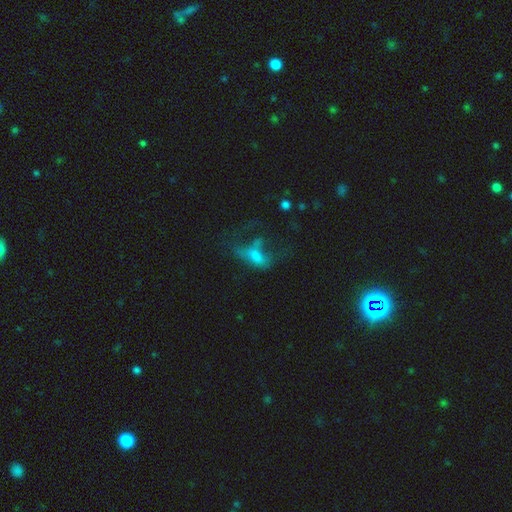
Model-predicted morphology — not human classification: Smooth or featured? smooth (44%)
Merging? major disturbance (50%)